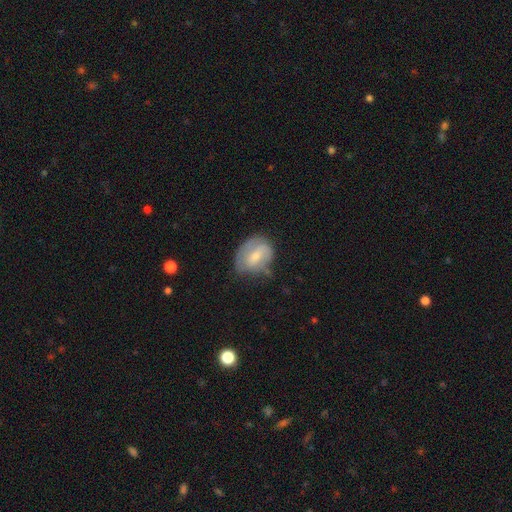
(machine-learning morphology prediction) Q: Smooth or featured?
A: featured or disk (47%); runner-up: smooth (46%)
Q: Merging?
A: none (56%); runner-up: minor disturbance (30%)